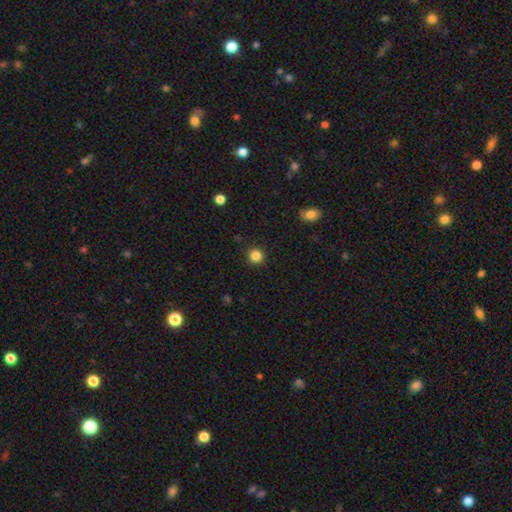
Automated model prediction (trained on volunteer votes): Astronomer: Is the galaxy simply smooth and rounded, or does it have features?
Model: smooth — 84%.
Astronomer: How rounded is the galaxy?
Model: round — 95%.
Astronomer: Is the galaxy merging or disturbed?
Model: none — 92%.